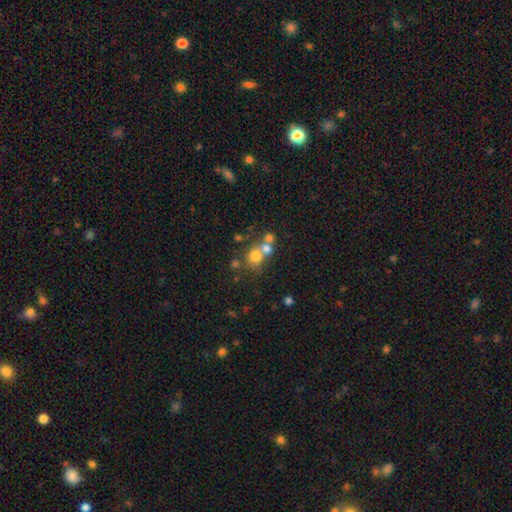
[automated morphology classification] Overall: smooth (67%). How rounded: round (81%). Merging: merger (47%; none 40%).